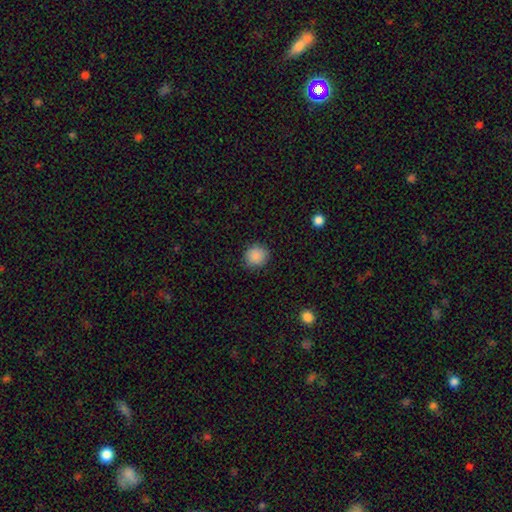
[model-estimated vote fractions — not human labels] Morphology: type=smooth (87%); roundness=round (88%); merging=none (89%).